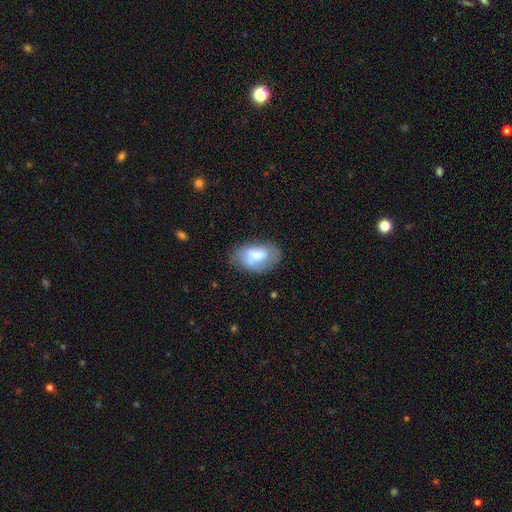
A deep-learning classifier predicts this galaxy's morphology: Q: Smooth or featured?
A: smooth (68%); runner-up: featured or disk (24%)
Q: How rounded?
A: in between (91%); runner-up: round (7%)
Q: Merging?
A: none (57%); runner-up: minor disturbance (28%)